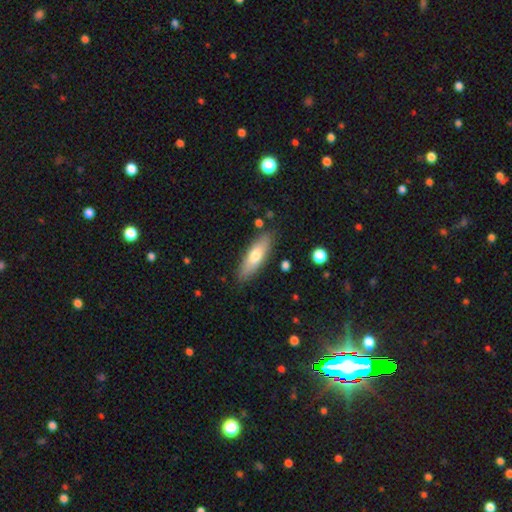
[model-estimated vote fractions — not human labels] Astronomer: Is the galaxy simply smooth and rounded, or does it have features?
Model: smooth — 67%.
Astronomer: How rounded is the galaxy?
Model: in between — 50% (runner-up: cigar-shaped, 48%).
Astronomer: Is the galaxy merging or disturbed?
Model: none — 84%.